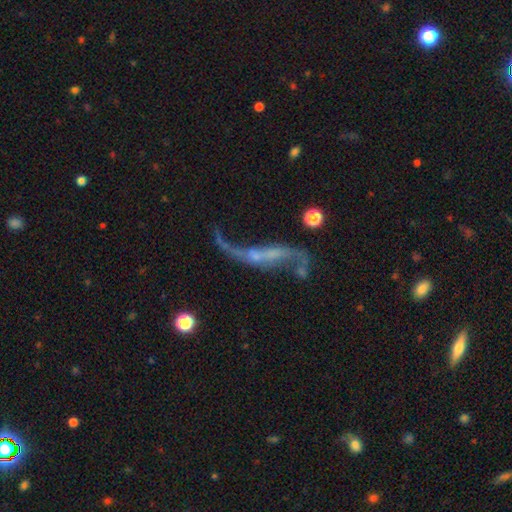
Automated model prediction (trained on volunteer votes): Q: Smooth or featured?
A: featured or disk (82%); runner-up: smooth (10%)
Q: Edge-on disk?
A: no (86%); runner-up: yes (14%)
Q: Bar?
A: no (41%); runner-up: weak (33%)
Q: Spiral arms?
A: yes (86%); runner-up: no (14%)
Q: Spiral winding?
A: loose (94%); runner-up: medium (4%)
Q: Spiral arm count?
A: 2 (89%); runner-up: 1 (6%)
Q: Bulge size?
A: none (51%); runner-up: small (34%)
Q: Merging?
A: none (43%); runner-up: major disturbance (23%)